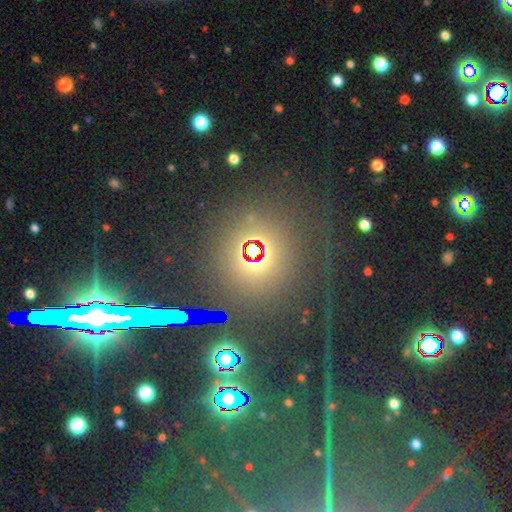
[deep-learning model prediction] Morphology: type=star or artifact (66%).